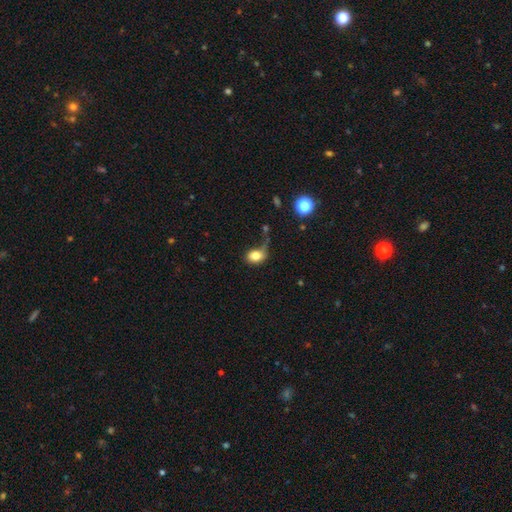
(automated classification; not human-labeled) Smooth or featured?
  - smooth: 80% *
  - featured or disk: 11%
  - star or artifact: 9%
How rounded?
  - in between: 70% *
  - round: 29%
  - cigar-shaped: 2%
Merging?
  - none: 41% *
  - minor disturbance: 27%
  - major disturbance: 23%
  - merger: 9%